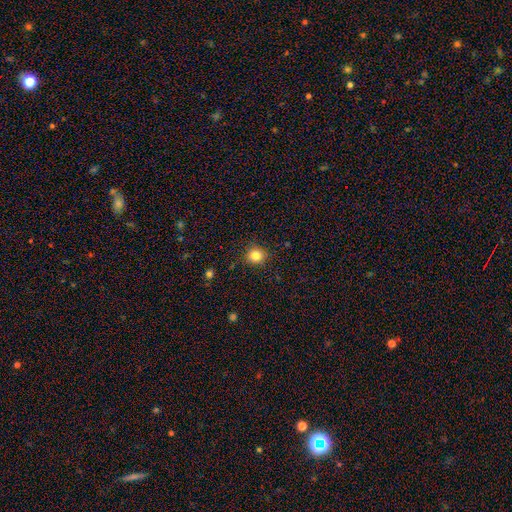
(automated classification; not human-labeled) Morphology: type=smooth (83%); roundness=round (87%); merging=none (89%).